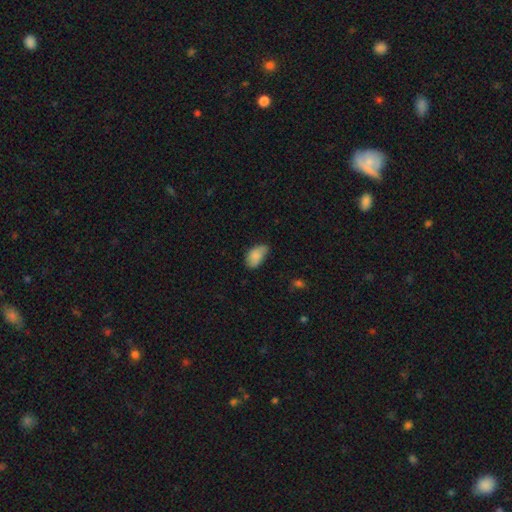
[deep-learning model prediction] Smooth or featured: smooth — 81% (featured or disk — 11%)
How rounded: in between — 92% (round — 6%)
Merging: none — 50% (minor disturbance — 40%)